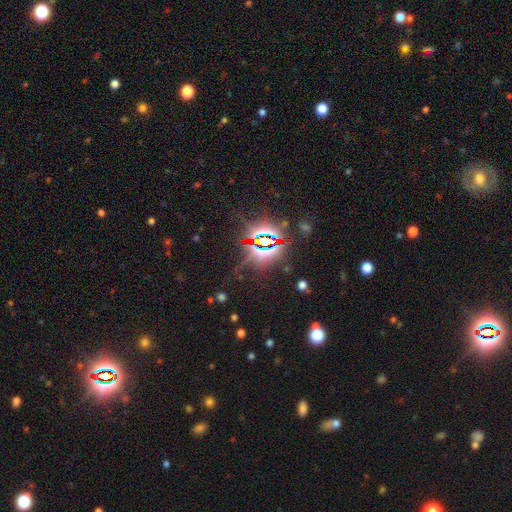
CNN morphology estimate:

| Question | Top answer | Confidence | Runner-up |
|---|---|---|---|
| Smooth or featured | star or artifact | 84% | smooth (9%) |